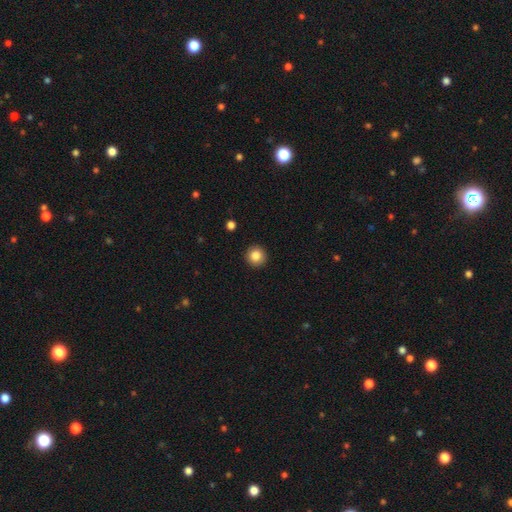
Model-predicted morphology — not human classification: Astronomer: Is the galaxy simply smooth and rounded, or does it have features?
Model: smooth — 85%.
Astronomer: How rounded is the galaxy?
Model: round — 95%.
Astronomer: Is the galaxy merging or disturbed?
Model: none — 93%.